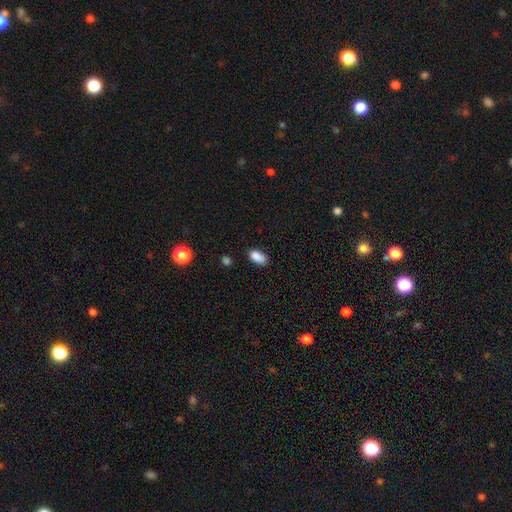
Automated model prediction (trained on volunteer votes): smooth-or-featured: smooth: 88% | star or artifact: 8% | featured or disk: 3%
  how-rounded: in between: 91% | cigar-shaped: 5% | round: 4%
  merging: none: 81% | minor disturbance: 14% | major disturbance: 3% | merger: 2%